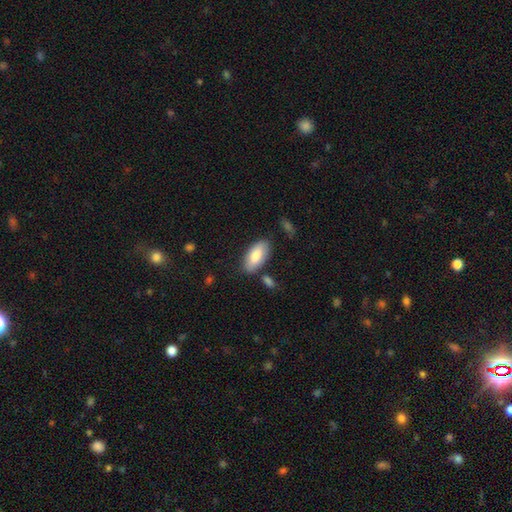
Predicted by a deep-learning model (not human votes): Q: Smooth or featured?
A: smooth (82%); runner-up: featured or disk (12%)
Q: How rounded?
A: in between (91%); runner-up: cigar-shaped (7%)
Q: Merging?
A: none (77%); runner-up: minor disturbance (14%)